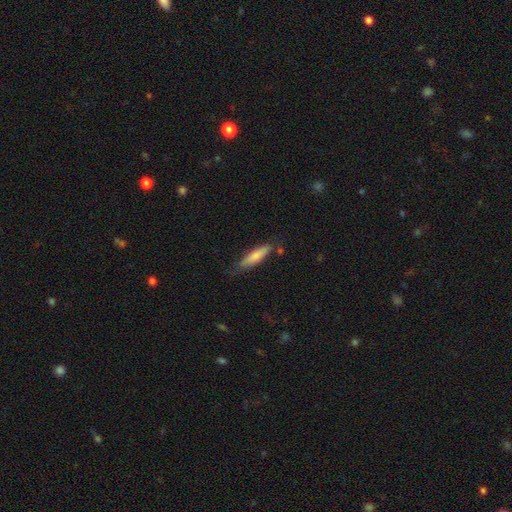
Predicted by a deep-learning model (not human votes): A smooth galaxy with no disk features (74%) that is cigar-shaped (76%).

Vote fractions:
- Smooth or featured? smooth: 74% / featured or disk: 20% / star or artifact: 6%
- How rounded? cigar-shaped: 76% / in between: 23% / round: 2%
- Merging? none: 69% / minor disturbance: 22% / major disturbance: 5% / merger: 4%